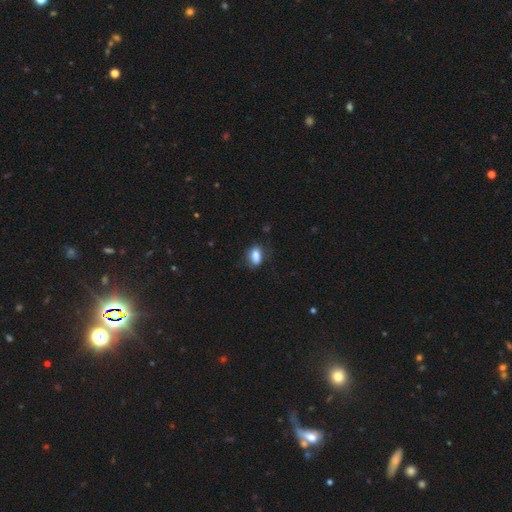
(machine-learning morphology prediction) Smooth or featured?
  - smooth: 83% *
  - star or artifact: 9%
  - featured or disk: 8%
How rounded?
  - in between: 83% *
  - round: 14%
  - cigar-shaped: 3%
Merging?
  - none: 70% *
  - minor disturbance: 22%
  - major disturbance: 7%
  - merger: 2%